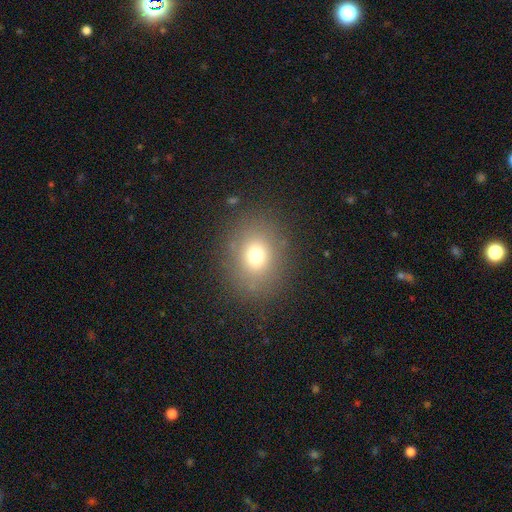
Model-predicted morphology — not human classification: Smooth or featured?
  - smooth: 72% *
  - star or artifact: 16%
  - featured or disk: 12%
How rounded?
  - round: 60% *
  - in between: 39%
  - cigar-shaped: 1%
Merging?
  - none: 84% *
  - minor disturbance: 9%
  - major disturbance: 5%
  - merger: 2%